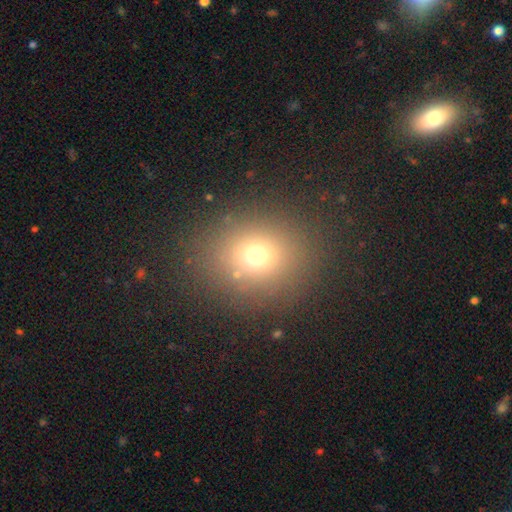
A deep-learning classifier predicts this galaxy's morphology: This appears to be a smooth galaxy with no disk features (69%) that is round (68%). Merging: none (85%).